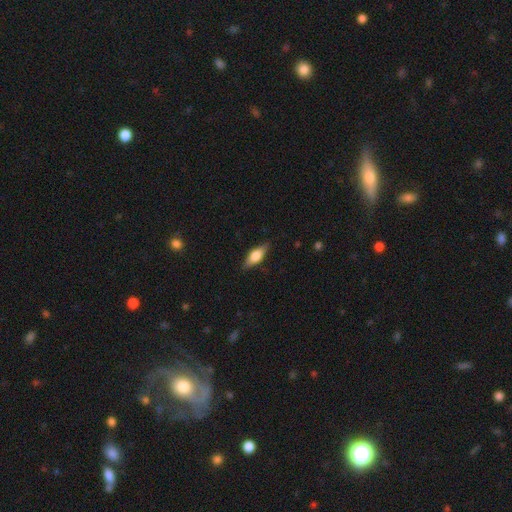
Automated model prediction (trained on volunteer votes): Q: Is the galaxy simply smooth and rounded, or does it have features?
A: smooth — 57%.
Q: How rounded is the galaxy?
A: in between — 71%.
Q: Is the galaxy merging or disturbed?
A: none — 84%.